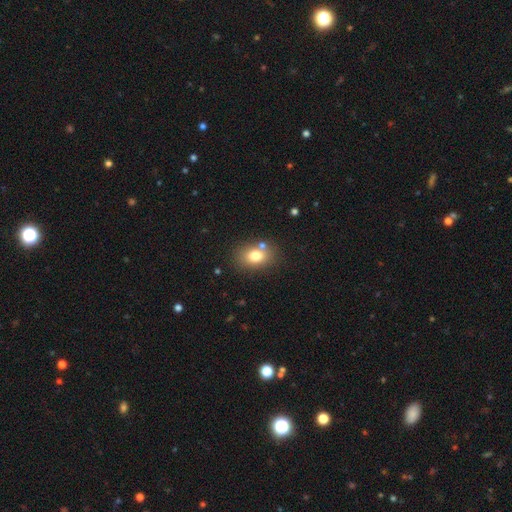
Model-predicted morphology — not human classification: type=smooth (78%); roundness=in between (70%); merging=none (73%).